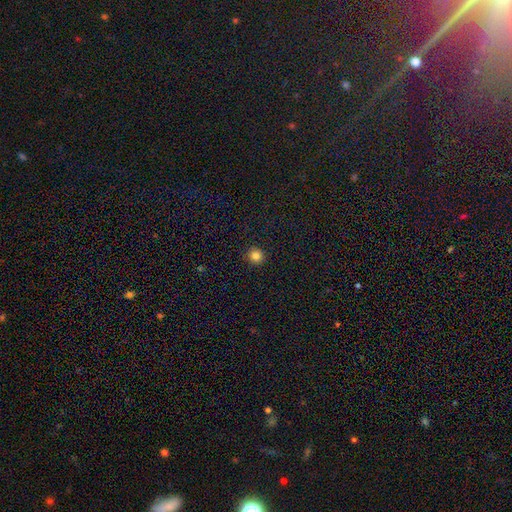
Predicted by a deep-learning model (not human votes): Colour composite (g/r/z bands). It shows a smooth galaxy with no disk features (83%) that is round (94%). Merging: none (93%).